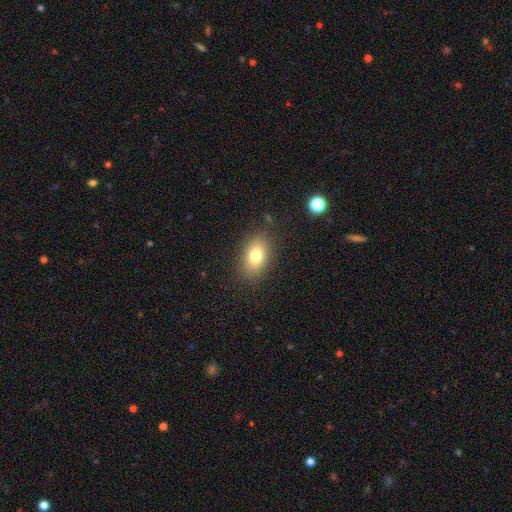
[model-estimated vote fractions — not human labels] smooth-or-featured: smooth: 78% | featured or disk: 12% | star or artifact: 10%
  how-rounded: in between: 83% | round: 15% | cigar-shaped: 2%
  merging: none: 85% | minor disturbance: 10% | major disturbance: 4% | merger: 1%